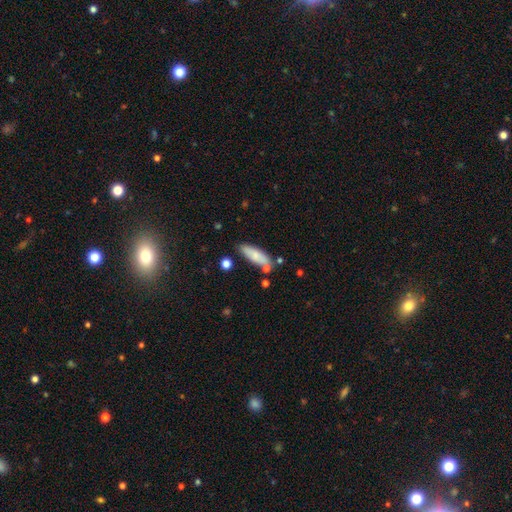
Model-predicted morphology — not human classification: smooth-or-featured: smooth: 78% | featured or disk: 16% | star or artifact: 6%
  how-rounded: in between: 55% | cigar-shaped: 43% | round: 2%
  merging: none: 73% | minor disturbance: 17% | merger: 7% | major disturbance: 3%